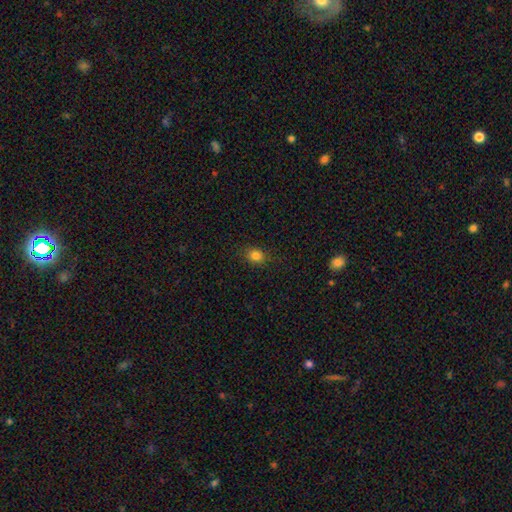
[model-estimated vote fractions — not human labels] Q: Smooth or featured?
A: smooth (82%); runner-up: star or artifact (13%)
Q: How rounded?
A: round (53%); runner-up: in between (46%)
Q: Merging?
A: none (85%); runner-up: minor disturbance (11%)